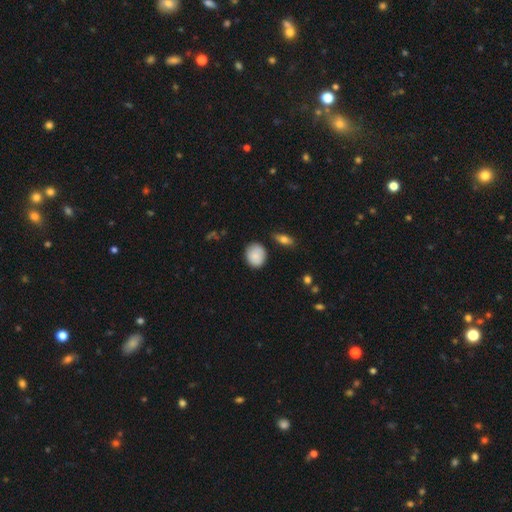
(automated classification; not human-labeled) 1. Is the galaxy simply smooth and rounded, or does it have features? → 85% smooth, 8% featured or disk, 7% star or artifact.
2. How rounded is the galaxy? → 61% round, 37% in between, 1% cigar-shaped.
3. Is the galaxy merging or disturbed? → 76% none, 18% minor disturbance, 3% major disturbance, 2% merger.